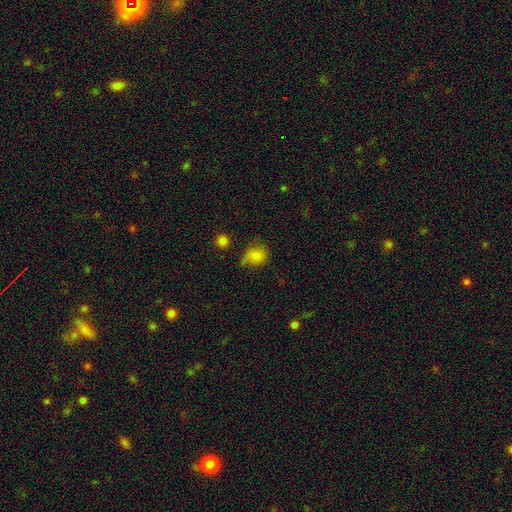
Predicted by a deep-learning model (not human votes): Overall: smooth (78%). How rounded: round (64%; in between 35%). Merging: none (49%; minor disturbance 34%).